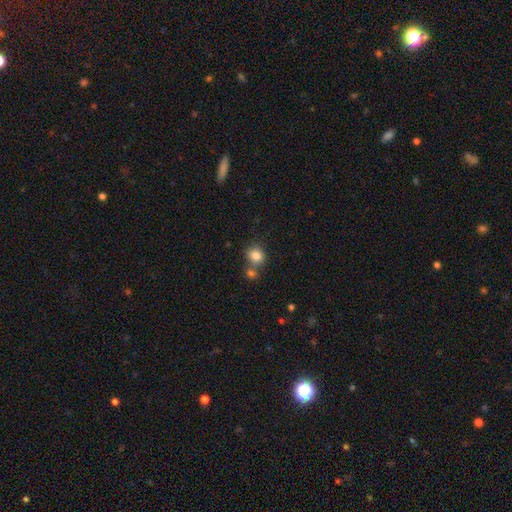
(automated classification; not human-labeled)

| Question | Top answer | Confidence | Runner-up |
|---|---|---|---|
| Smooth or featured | smooth | 83% | star or artifact (11%) |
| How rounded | round | 74% | in between (25%) |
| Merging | none | 55% | merger (30%) |